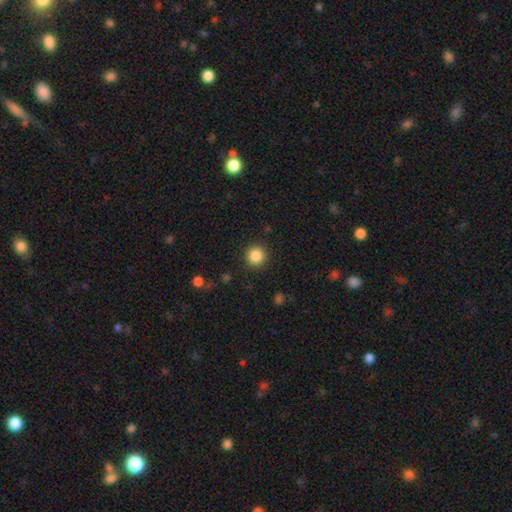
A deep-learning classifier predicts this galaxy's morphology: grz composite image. It shows a smooth galaxy with no disk features (86%) that is round (94%). Merging: none (90%).